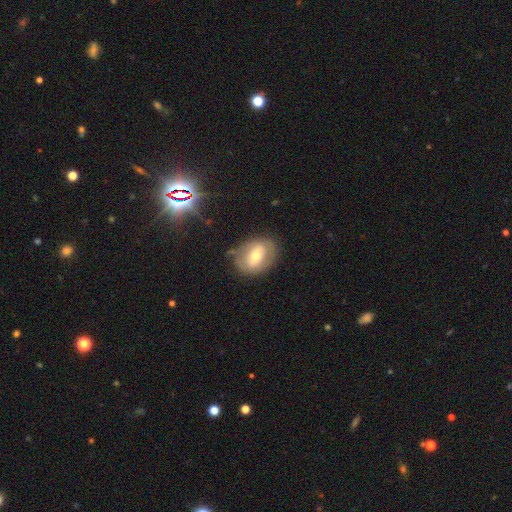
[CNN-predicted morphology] Smooth or featured: smooth — 49% (featured or disk — 43%)
Merging: none — 72% (minor disturbance — 19%)